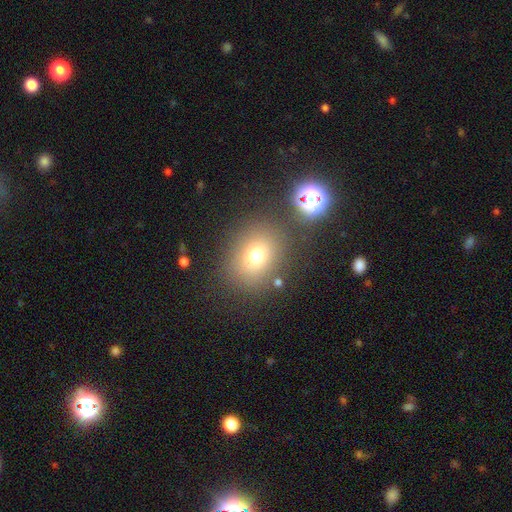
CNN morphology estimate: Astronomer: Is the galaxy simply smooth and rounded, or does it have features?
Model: smooth — 71%.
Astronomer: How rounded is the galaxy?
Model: round — 62% (runner-up: in between, 37%).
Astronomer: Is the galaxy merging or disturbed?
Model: none — 79%.